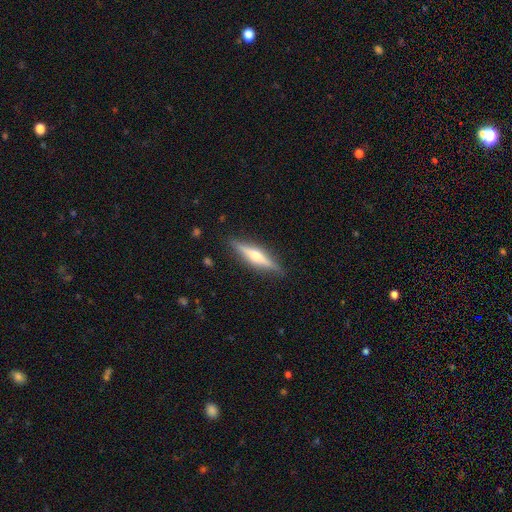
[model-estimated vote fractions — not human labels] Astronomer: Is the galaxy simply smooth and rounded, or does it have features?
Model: featured or disk — 67%.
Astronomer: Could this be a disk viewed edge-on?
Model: yes — 97%.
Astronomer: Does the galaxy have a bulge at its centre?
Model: rounded — 90%.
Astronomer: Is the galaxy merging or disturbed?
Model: none — 89%.